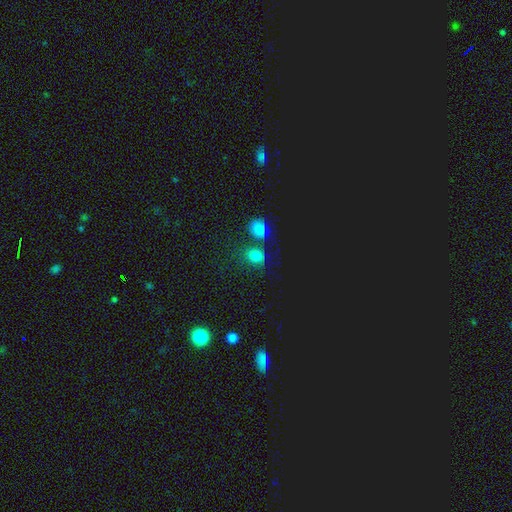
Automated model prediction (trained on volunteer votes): smooth 67%, star or artifact 26%, featured or disk 7%. Down the decision tree: how rounded — round (67%); merging — none (60%).